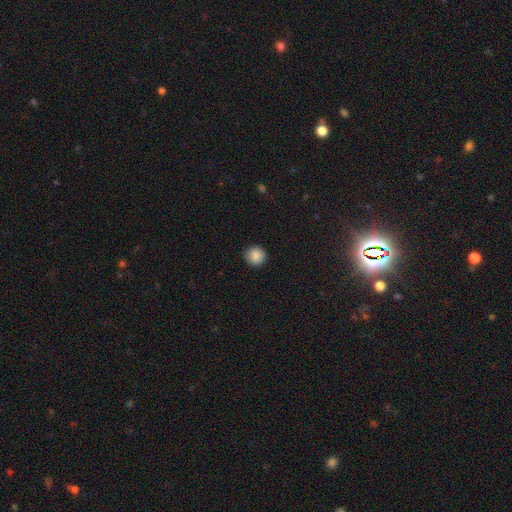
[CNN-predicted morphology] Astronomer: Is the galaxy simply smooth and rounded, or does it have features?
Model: smooth — 87%.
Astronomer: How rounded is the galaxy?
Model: round — 94%.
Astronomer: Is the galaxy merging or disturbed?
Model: none — 90%.